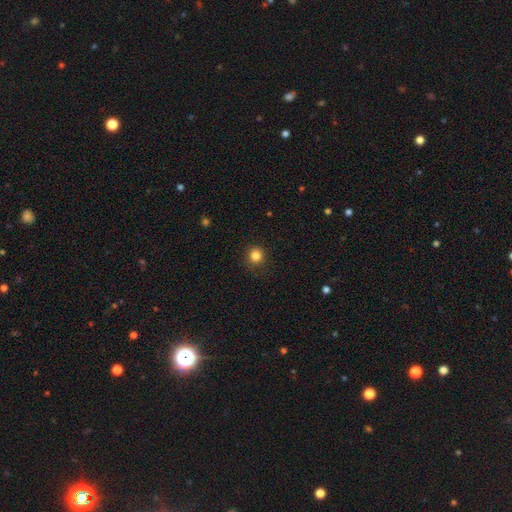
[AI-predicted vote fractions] smooth_or_featured: smooth (p=0.84) [alt: star or artifact p=0.12]
how_rounded: round (p=0.93) [alt: in between p=0.06]
merging: none (p=0.88) [alt: minor disturbance p=0.08]